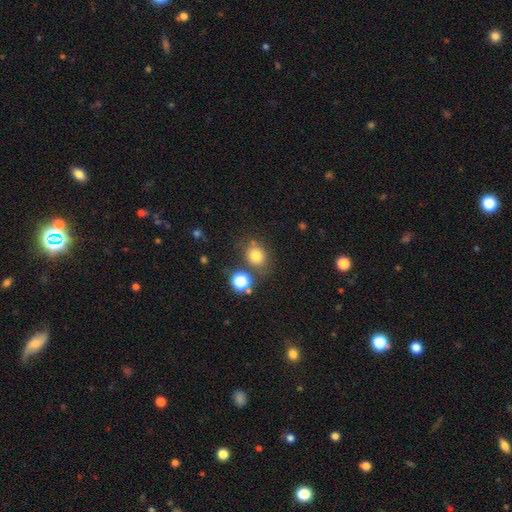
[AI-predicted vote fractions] Morphology: type=smooth (77%); roundness=round (68%); merging=none (70%).